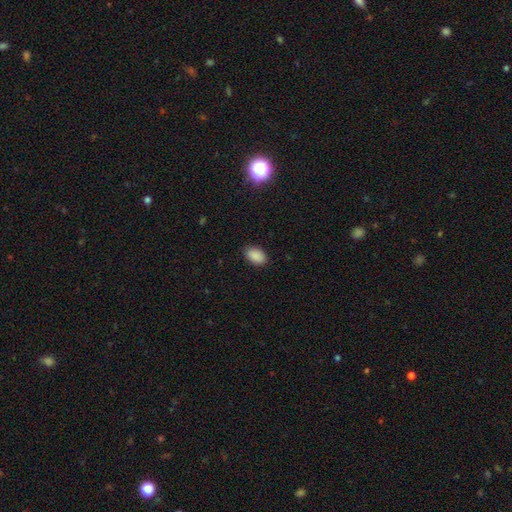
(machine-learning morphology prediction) smooth-or-featured: smooth: 89% | star or artifact: 8% | featured or disk: 3%
  how-rounded: in between: 91% | round: 8% | cigar-shaped: 1%
  merging: none: 88% | minor disturbance: 9% | major disturbance: 2% | merger: 1%